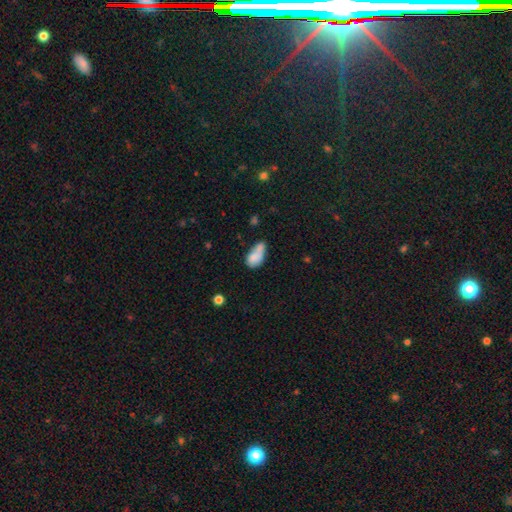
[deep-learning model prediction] This appears to be a smooth galaxy with no disk features (76%) that is in between round and cigar-shaped (87%). Merging: merger (33%).